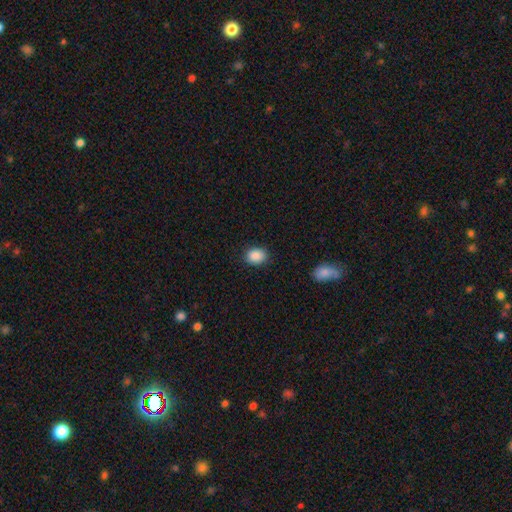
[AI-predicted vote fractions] This appears to be a smooth galaxy with no disk features (89%) that is in between round and cigar-shaped (59%). Merging: none (87%).